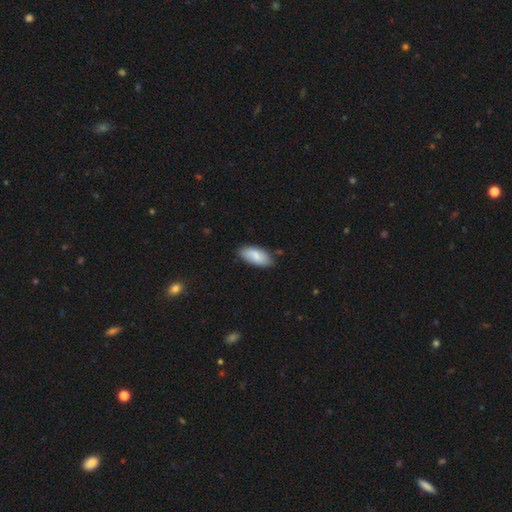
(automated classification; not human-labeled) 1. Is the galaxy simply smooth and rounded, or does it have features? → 79% smooth, 16% featured or disk, 6% star or artifact.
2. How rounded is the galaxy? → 92% in between, 6% cigar-shaped, 2% round.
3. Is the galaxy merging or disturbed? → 80% none, 15% minor disturbance, 2% major disturbance, 2% merger.